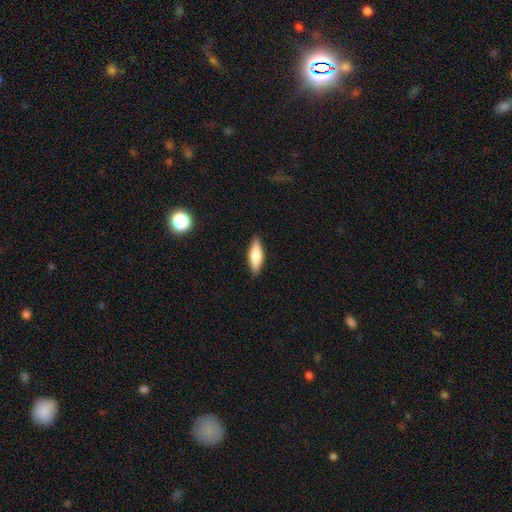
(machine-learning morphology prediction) smooth_or_featured: smooth (p=0.70) [alt: featured or disk p=0.24]
how_rounded: cigar-shaped (p=0.49) [tied with: in between p=0.49]
merging: none (p=0.88) [alt: minor disturbance p=0.09]